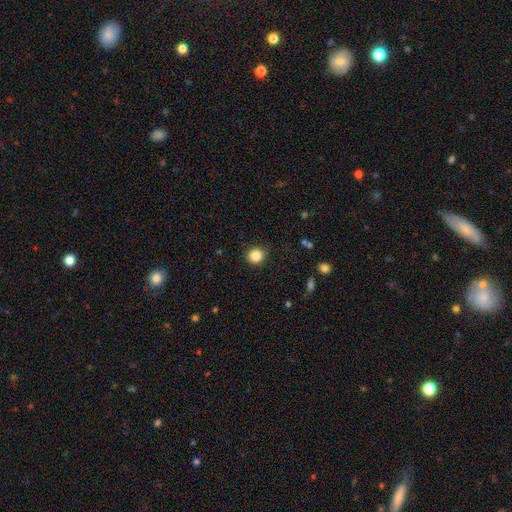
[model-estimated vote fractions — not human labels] This is clearly a smooth galaxy (85%). How rounded: clearly round (84%). Merging: clearly none (84%).